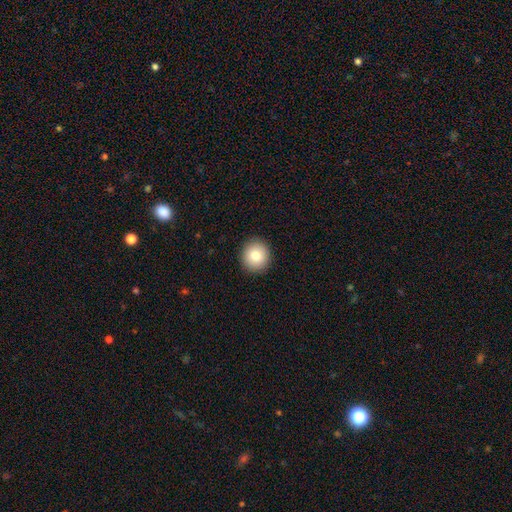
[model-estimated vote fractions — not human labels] This is clearly a smooth galaxy (81%). How rounded: clearly round (90%). Merging: clearly none (92%).